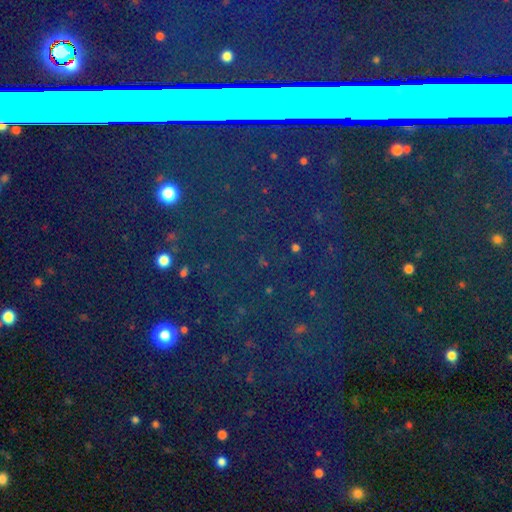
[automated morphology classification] Overall: star or artifact (71%).